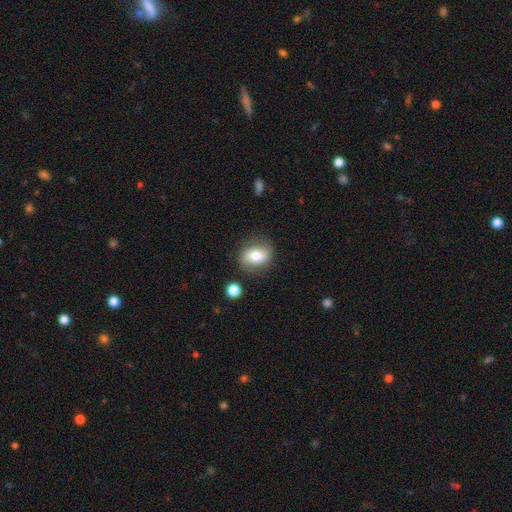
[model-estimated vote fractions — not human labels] Smooth or featured? smooth (67%)
How rounded? in between (51%)
Merging? none (79%)